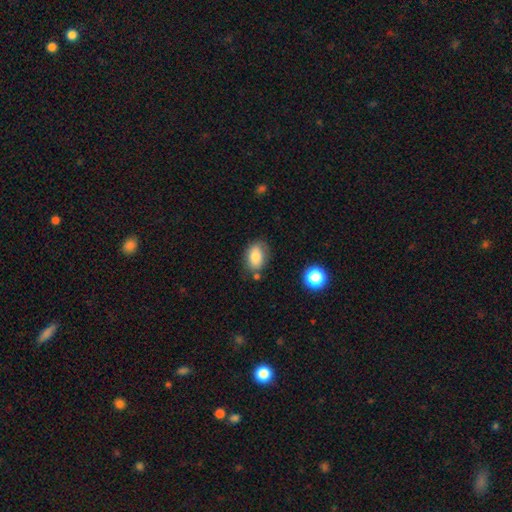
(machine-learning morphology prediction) Q: Smooth or featured?
A: smooth (83%); runner-up: featured or disk (9%)
Q: How rounded?
A: in between (84%); runner-up: round (14%)
Q: Merging?
A: none (71%); runner-up: minor disturbance (19%)